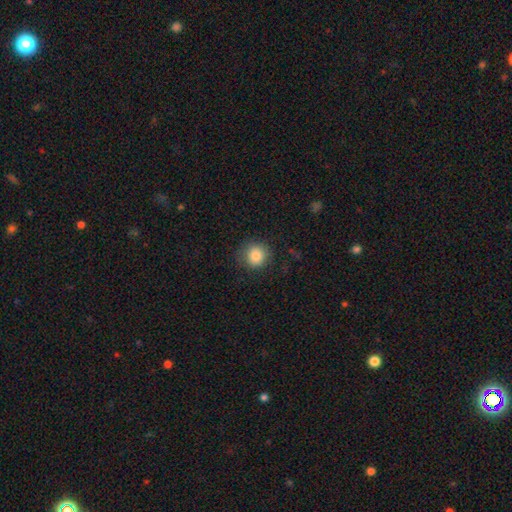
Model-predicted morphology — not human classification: Smooth or featured?
  - smooth: 84% *
  - star or artifact: 10%
  - featured or disk: 6%
How rounded?
  - round: 91% *
  - in between: 8%
  - cigar-shaped: 1%
Merging?
  - none: 85% *
  - minor disturbance: 10%
  - major disturbance: 4%
  - merger: 1%